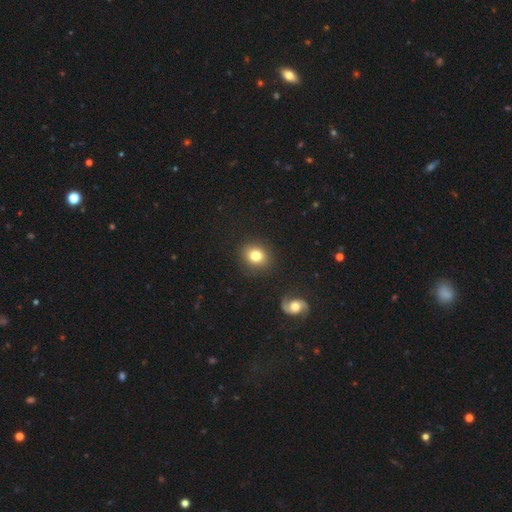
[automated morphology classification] Q: Smooth or featured?
A: smooth (79%); runner-up: featured or disk (11%)
Q: How rounded?
A: round (69%); runner-up: in between (31%)
Q: Merging?
A: none (87%); runner-up: minor disturbance (8%)